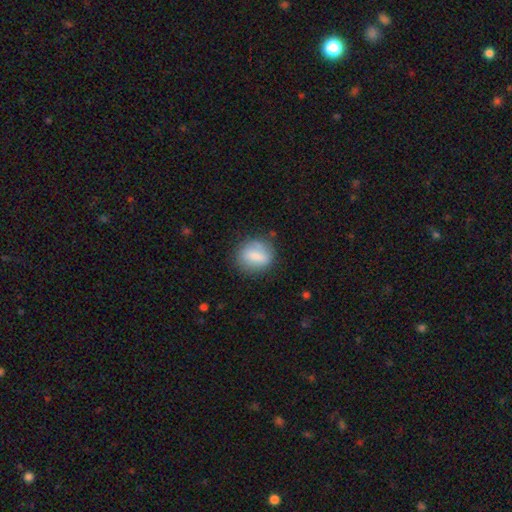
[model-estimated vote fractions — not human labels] Morphology: type=smooth (71%); roundness=round (62%); merging=none (74%).